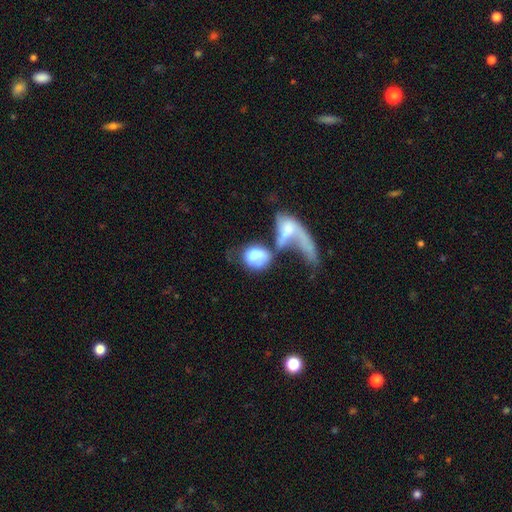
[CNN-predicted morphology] Smooth or featured: smooth — 68% (featured or disk — 24%)
How rounded: in between — 68% (round — 29%)
Merging: merger — 61% (major disturbance — 22%)